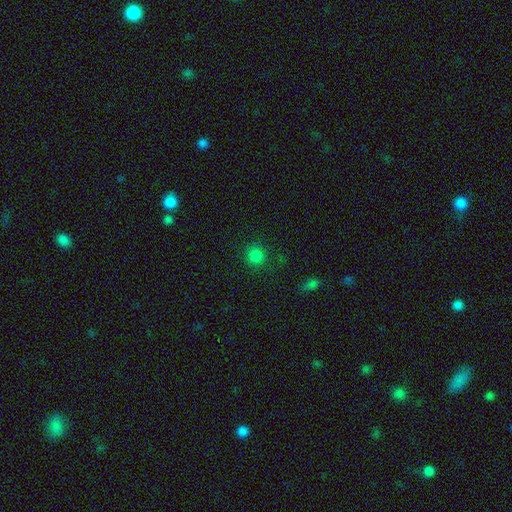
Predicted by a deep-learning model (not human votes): This is clearly a smooth galaxy (82%). How rounded: clearly round (93%). Merging: clearly none (87%).